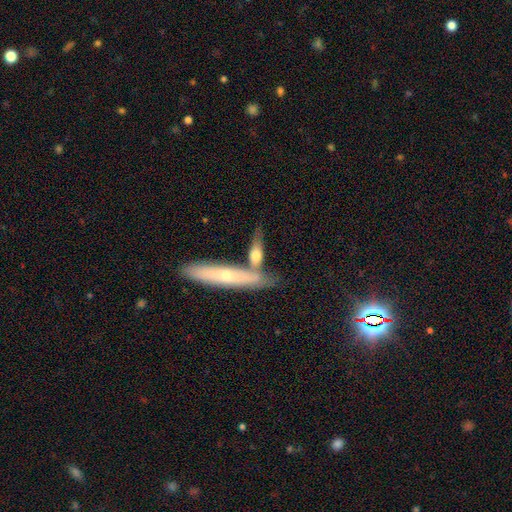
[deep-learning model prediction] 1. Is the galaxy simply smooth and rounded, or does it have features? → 55% smooth, 39% featured or disk, 6% star or artifact.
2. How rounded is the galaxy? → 63% cigar-shaped, 32% in between, 4% round.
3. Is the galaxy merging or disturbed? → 47% none, 36% merger, 12% minor disturbance, 5% major disturbance.